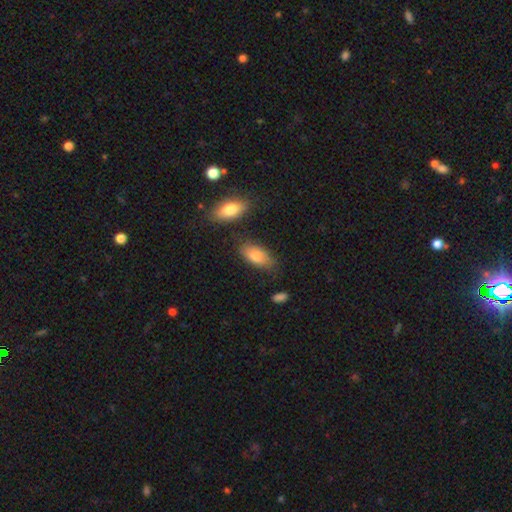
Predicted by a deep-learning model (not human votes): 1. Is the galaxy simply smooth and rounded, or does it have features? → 80% smooth, 13% featured or disk, 7% star or artifact.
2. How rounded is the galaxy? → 91% in between, 6% cigar-shaped, 3% round.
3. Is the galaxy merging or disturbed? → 71% none, 20% minor disturbance, 5% merger, 4% major disturbance.